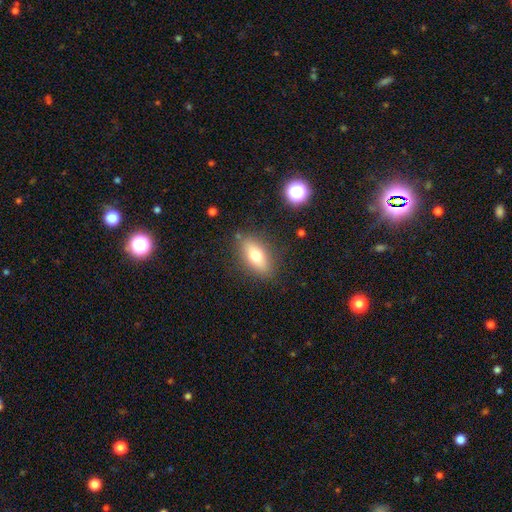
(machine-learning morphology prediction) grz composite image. It shows a smooth galaxy with no disk features (67%) that is in between round and cigar-shaped (79%). Merging: none (83%).